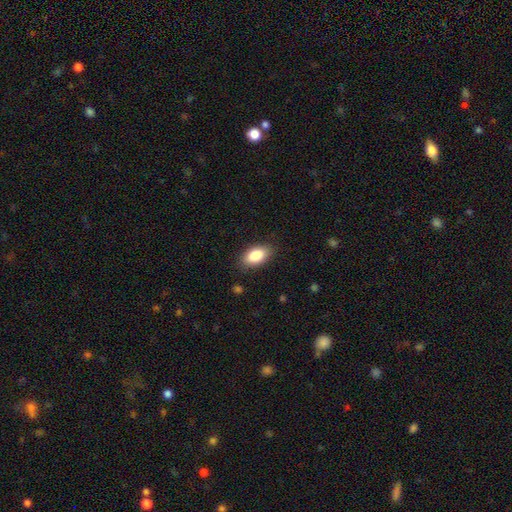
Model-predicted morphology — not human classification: Q: Smooth or featured?
A: smooth (85%); runner-up: featured or disk (8%)
Q: How rounded?
A: in between (92%); runner-up: round (4%)
Q: Merging?
A: none (85%); runner-up: minor disturbance (11%)